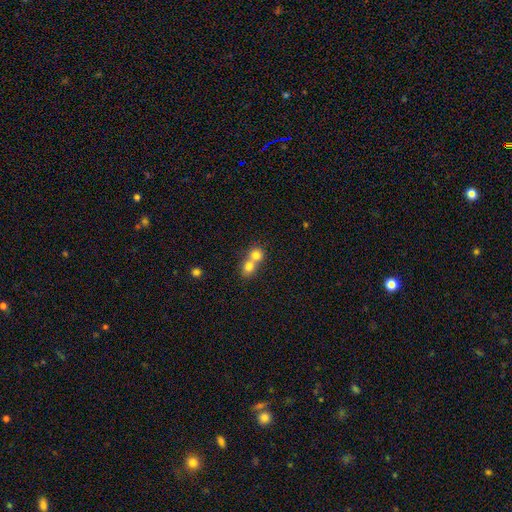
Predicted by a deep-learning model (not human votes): A smooth galaxy with no disk features (77%) that is round (79%). Merging: merger (68%).